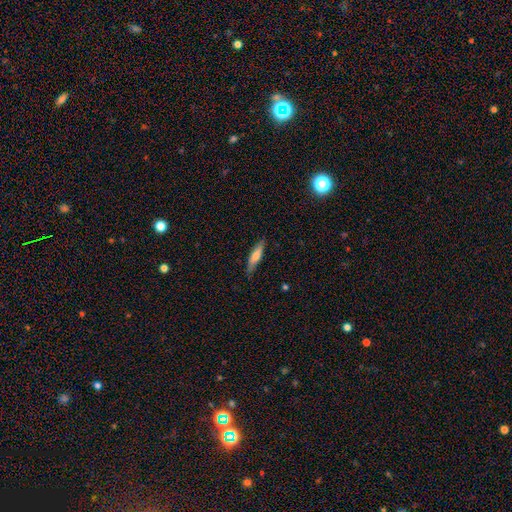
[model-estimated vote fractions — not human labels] Morphology: type=smooth (63%); roundness=cigar-shaped (77%); merging=none (83%).